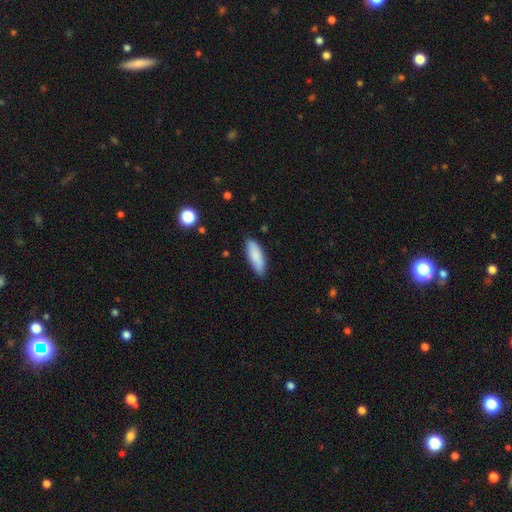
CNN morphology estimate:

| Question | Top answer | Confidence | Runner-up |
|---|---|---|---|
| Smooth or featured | smooth | 86% | featured or disk (8%) |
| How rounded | in between | 60% | cigar-shaped (38%) |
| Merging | none | 85% | minor disturbance (12%) |